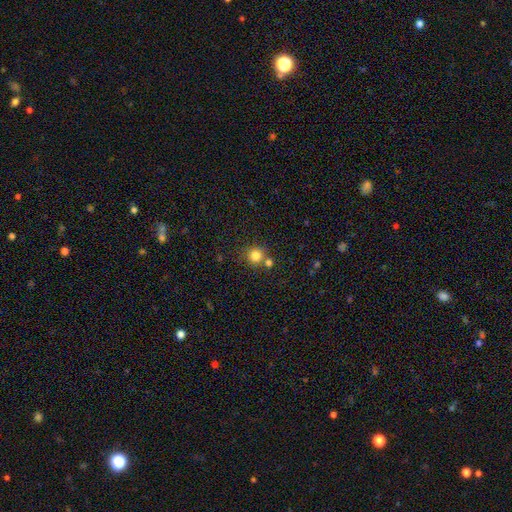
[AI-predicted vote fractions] Smooth or featured? Predicted: smooth (p=0.81). How rounded? Predicted: round (p=0.92). Merging? Predicted: none (p=0.68).